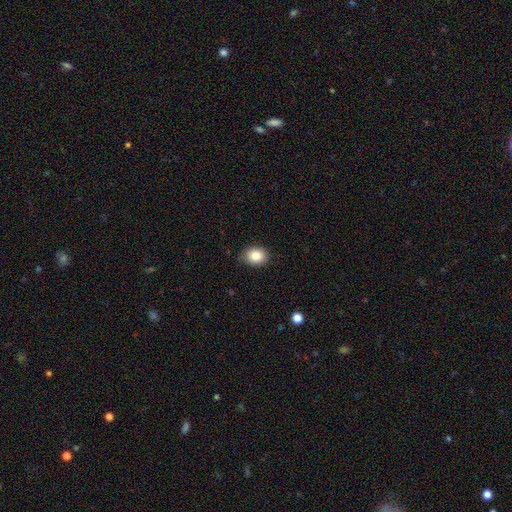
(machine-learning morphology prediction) Smooth or featured? smooth (84%)
How rounded? round (52%)
Merging? none (80%)